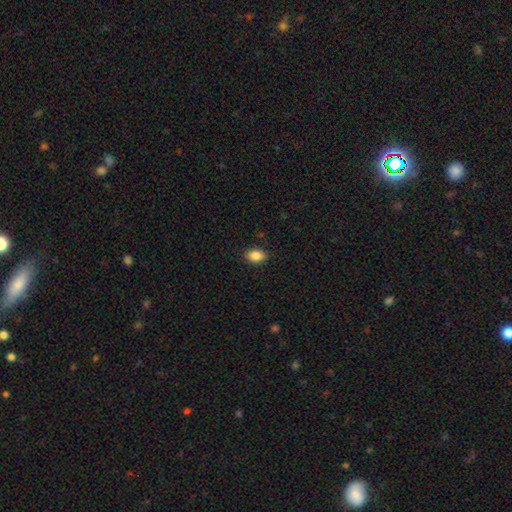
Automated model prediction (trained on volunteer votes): The model was most divided on "how rounded": in between: 84%, round: 15%, cigar-shaped: 1%. More confident: smooth or featured — smooth (88%); merging — none (87%).